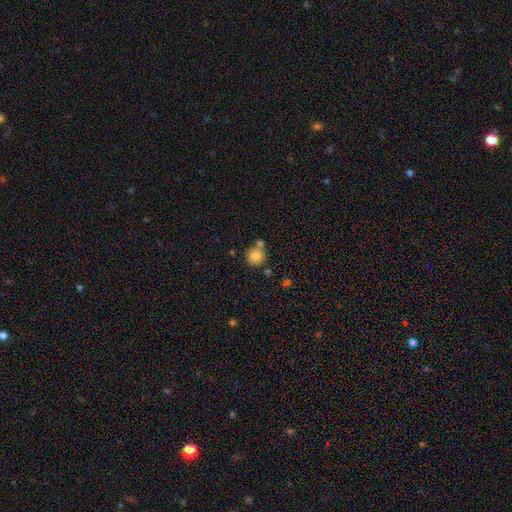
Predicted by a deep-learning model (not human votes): Smooth or featured? smooth (80%)
How rounded? round (92%)
Merging? none (64%)